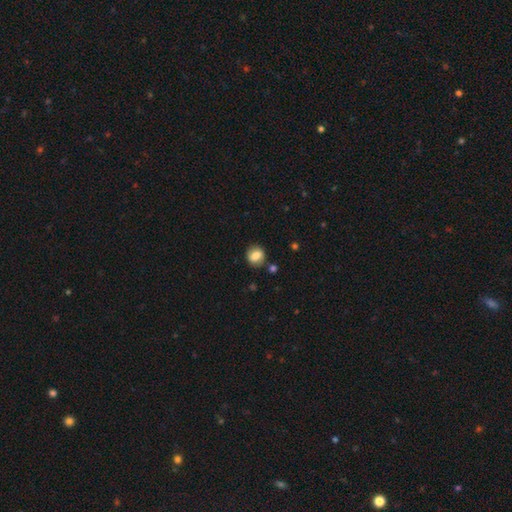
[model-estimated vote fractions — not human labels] The model was most divided on "how rounded": round: 70%, in between: 29%, cigar-shaped: 1%. More confident: merging — none (78%); smooth or featured — smooth (73%).